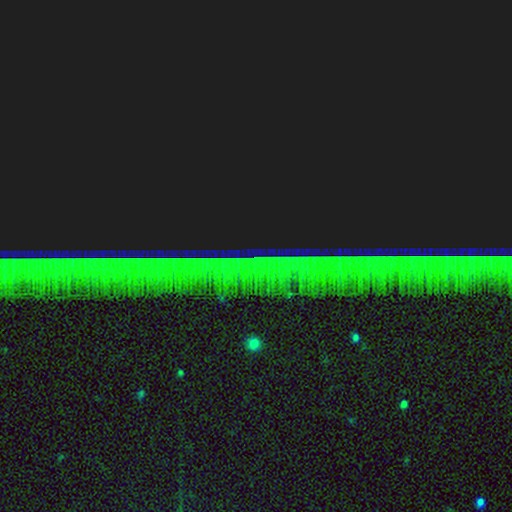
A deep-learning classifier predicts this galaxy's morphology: Smooth or featured? Predicted: star or artifact (p=0.87).